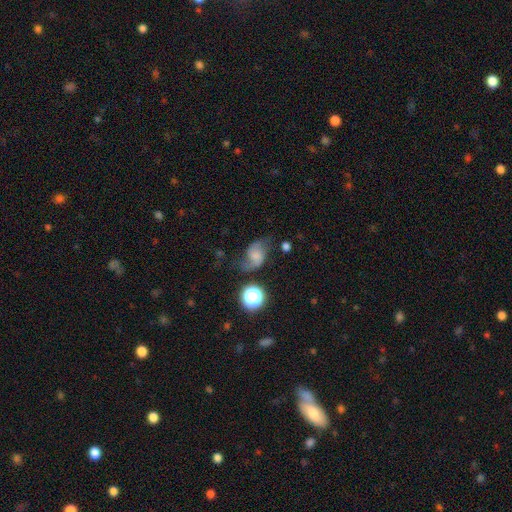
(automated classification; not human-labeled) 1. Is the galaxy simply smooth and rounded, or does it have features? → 48% featured or disk, 38% smooth, 14% star or artifact.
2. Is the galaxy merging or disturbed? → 48% none, 27% minor disturbance, 20% major disturbance, 5% merger.